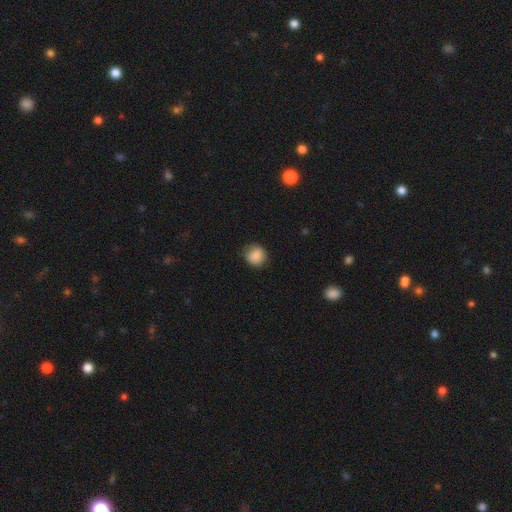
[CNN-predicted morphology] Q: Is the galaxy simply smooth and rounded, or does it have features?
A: smooth — 86%.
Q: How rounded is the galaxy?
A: round — 87%.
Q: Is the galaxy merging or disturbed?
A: none — 79%.